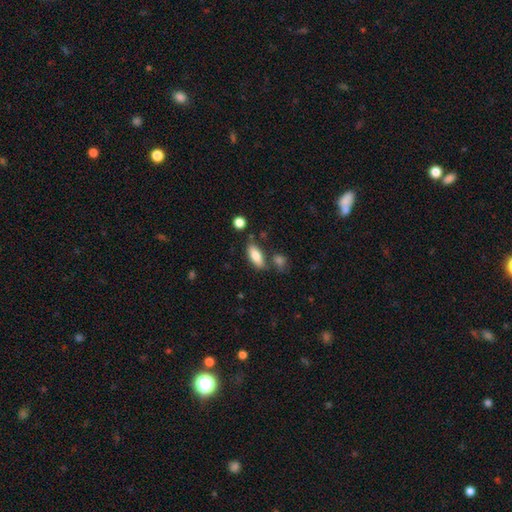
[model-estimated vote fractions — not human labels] This appears to be a smooth galaxy with no disk features (81%) that is in between round and cigar-shaped (77%). Merging: none (70%).